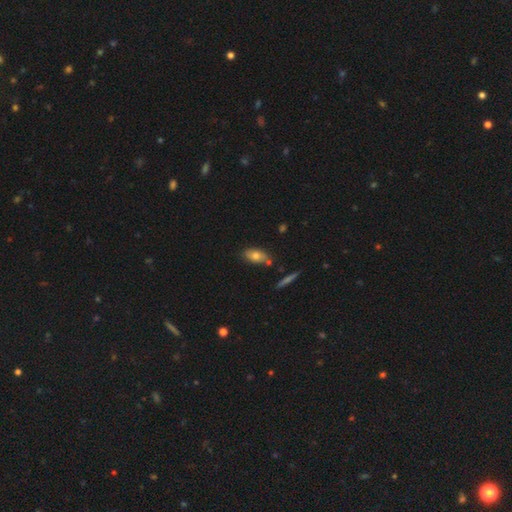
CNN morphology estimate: This is likely a smooth galaxy (73%). How rounded: clearly in between (86%). Merging: likely none (70%).